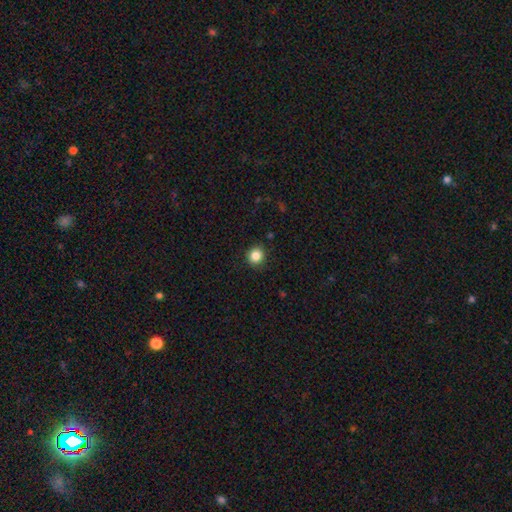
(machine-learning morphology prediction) Smooth or featured? Predicted: smooth (p=0.85). How rounded? Predicted: round (p=0.87). Merging? Predicted: none (p=0.90).